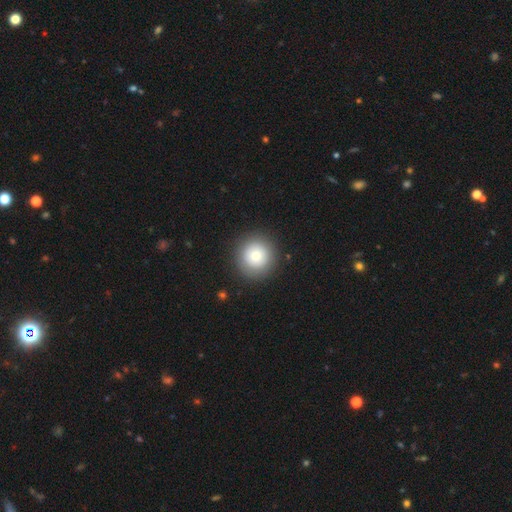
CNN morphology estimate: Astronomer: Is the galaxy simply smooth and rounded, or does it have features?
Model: smooth — 76%.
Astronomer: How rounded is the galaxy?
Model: round — 96%.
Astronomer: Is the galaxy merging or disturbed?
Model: none — 90%.